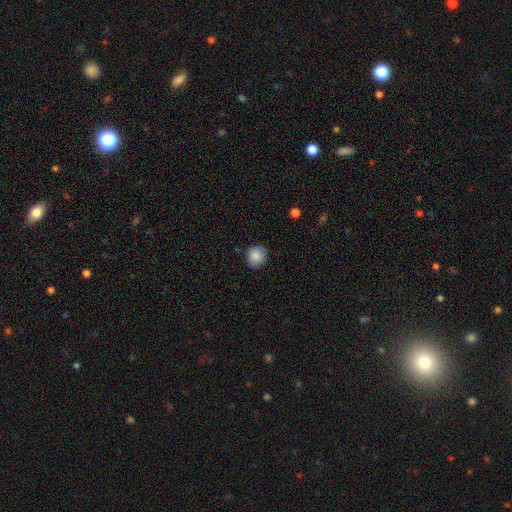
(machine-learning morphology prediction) A smooth galaxy with no disk features (86%) that is round (85%). Merging: none (82%).